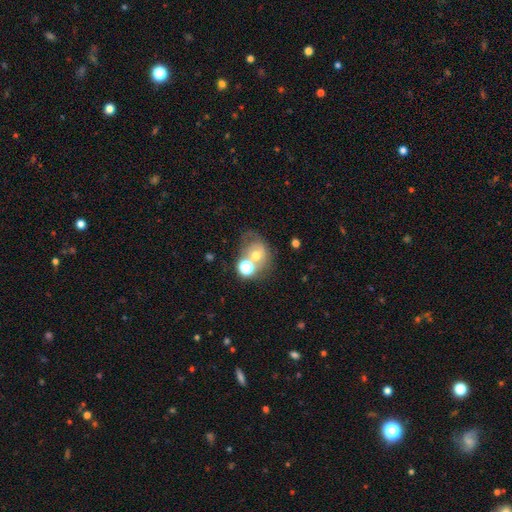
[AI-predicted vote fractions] Morphology: type=smooth (50%); merging=merger (36%).